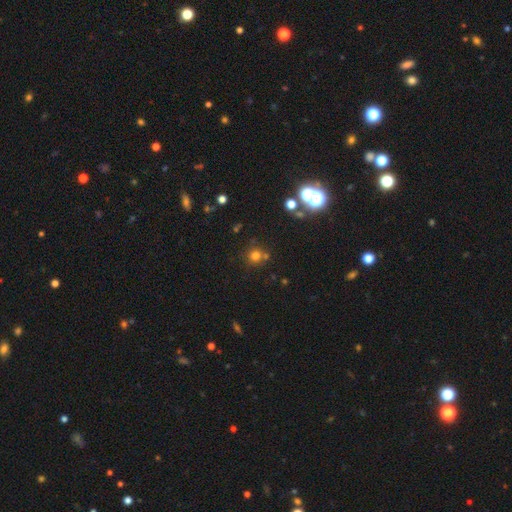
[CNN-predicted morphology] This is likely a smooth galaxy (70%). How rounded: clearly round (90%). Merging: likely none (71%).